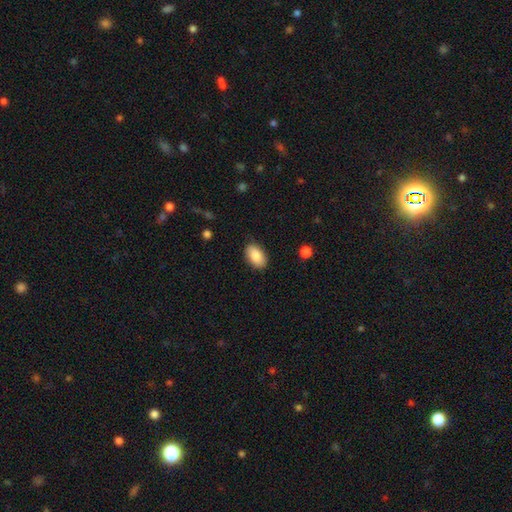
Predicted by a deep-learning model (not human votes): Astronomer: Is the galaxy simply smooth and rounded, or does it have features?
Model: smooth — 86%.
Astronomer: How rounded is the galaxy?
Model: in between — 93%.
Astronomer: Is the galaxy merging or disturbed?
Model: none — 86%.